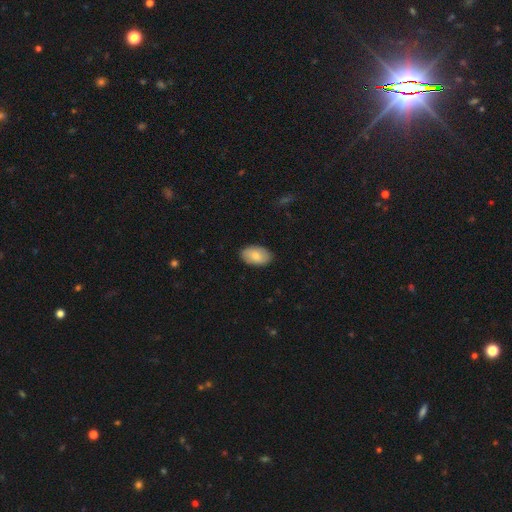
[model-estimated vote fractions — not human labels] Smooth or featured? Predicted: smooth (p=0.79). How rounded? Predicted: in between (p=0.93). Merging? Predicted: none (p=0.87).